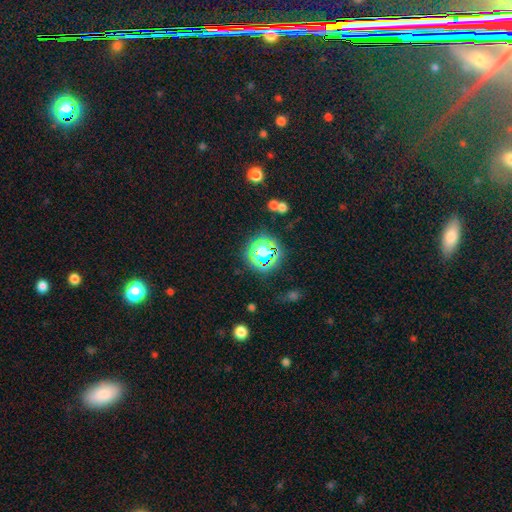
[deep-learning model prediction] star or artifact 73%, smooth 20%, featured or disk 8%.